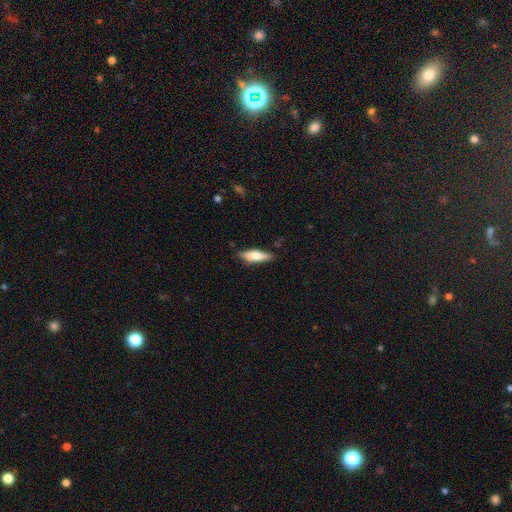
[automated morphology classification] A smooth galaxy with no disk features (59%) that is cigar-shaped (57%).

Vote fractions:
- Smooth or featured? smooth: 59% / featured or disk: 35% / star or artifact: 6%
- How rounded? cigar-shaped: 57% / in between: 41% / round: 2%
- Merging? none: 82% / minor disturbance: 14% / major disturbance: 3% / merger: 2%